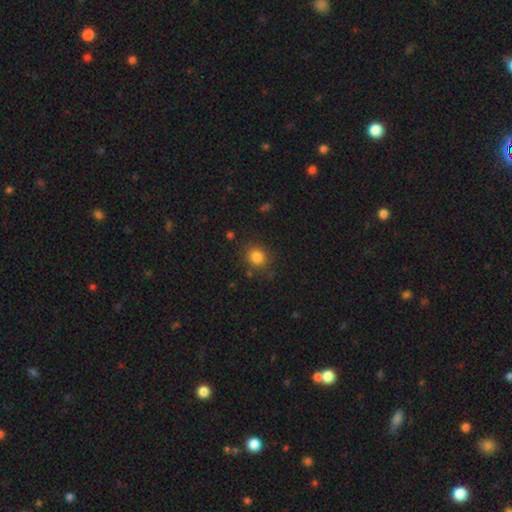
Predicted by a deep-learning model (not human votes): Overall: smooth (83%). How rounded: round (73%). Merging: none (83%).